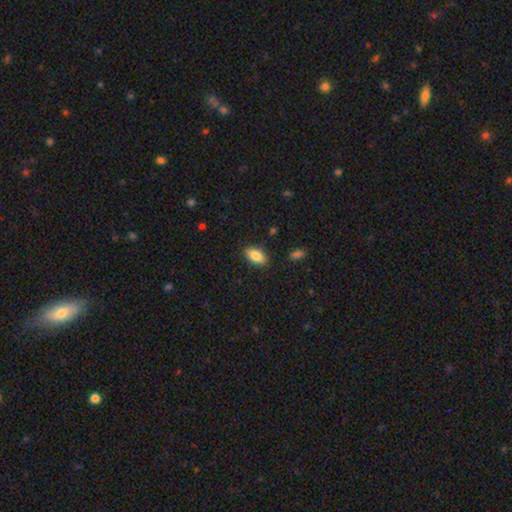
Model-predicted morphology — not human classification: smooth 82%, featured or disk 11%, star or artifact 7%. Down the decision tree: how rounded — in between (88%); merging — none (87%).